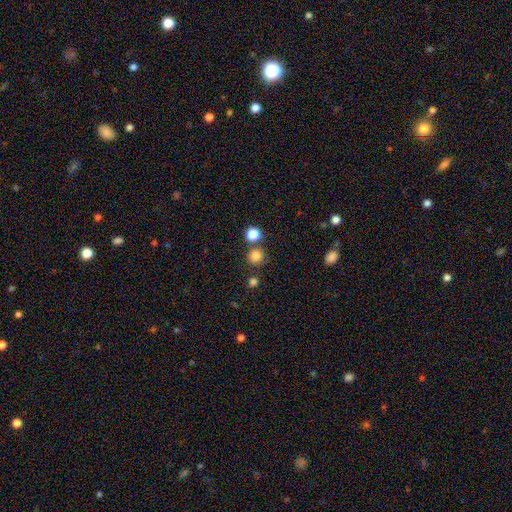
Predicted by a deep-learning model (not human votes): The model was most divided on "merging": none: 78%, merger: 13%, minor disturbance: 7%, major disturbance: 3%. More confident: how rounded — round (93%); smooth or featured — smooth (81%).